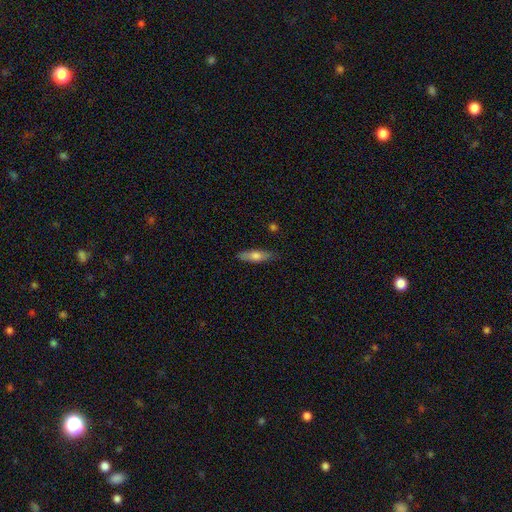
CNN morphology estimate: This is likely a smooth galaxy (64%). How rounded: possibly cigar-shaped (60%). Merging: clearly none (84%).